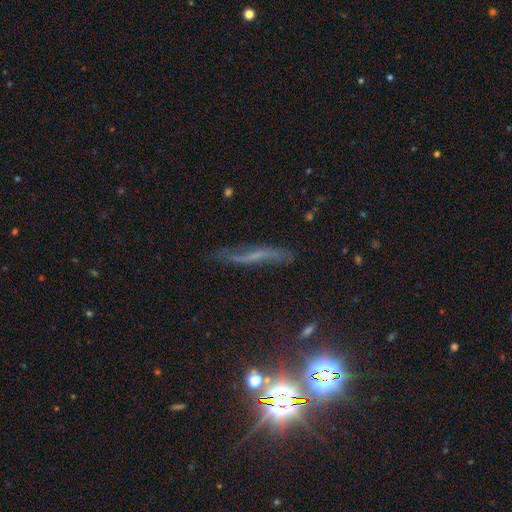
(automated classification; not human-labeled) Smooth or featured: featured or disk — 48% (smooth — 29%)
Merging: none — 67% (minor disturbance — 20%)